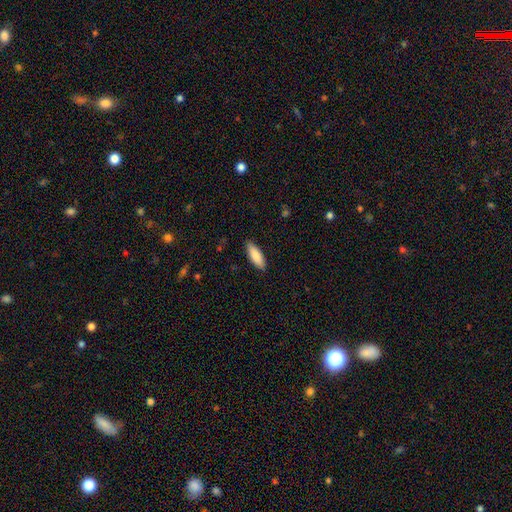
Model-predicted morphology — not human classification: Smooth or featured? Predicted: smooth (p=0.86). How rounded? Predicted: in between (p=0.60). Merging? Predicted: none (p=0.88).